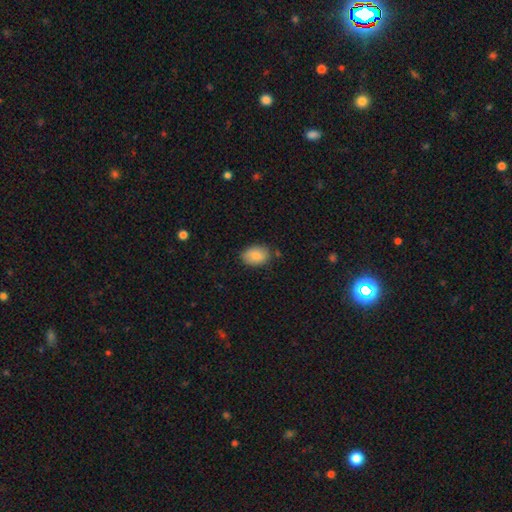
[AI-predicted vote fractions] Smooth or featured?
  - smooth: 83% *
  - featured or disk: 9%
  - star or artifact: 7%
How rounded?
  - in between: 81% *
  - round: 18%
  - cigar-shaped: 1%
Merging?
  - none: 79% *
  - minor disturbance: 16%
  - major disturbance: 3%
  - merger: 2%